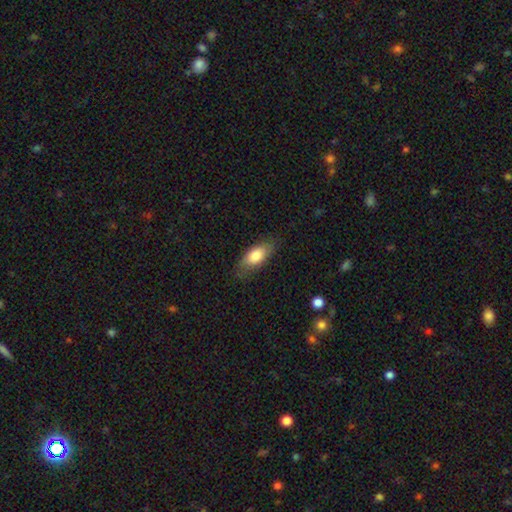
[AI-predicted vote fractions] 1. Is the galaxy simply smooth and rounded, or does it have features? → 76% smooth, 17% featured or disk, 6% star or artifact.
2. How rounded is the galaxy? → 82% in between, 15% cigar-shaped, 3% round.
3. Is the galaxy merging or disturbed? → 78% none, 17% minor disturbance, 4% major disturbance, 1% merger.